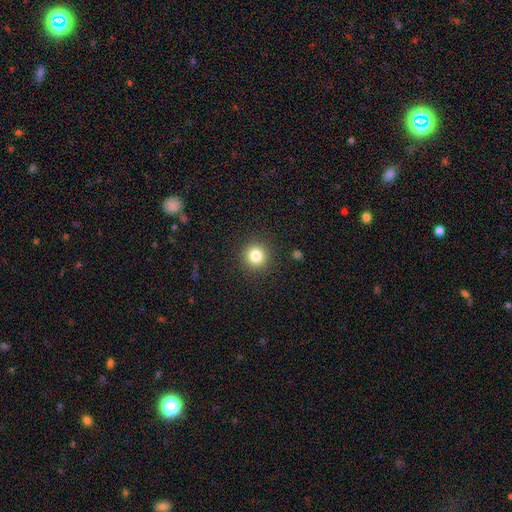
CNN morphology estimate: A smooth galaxy with no disk features (81%) that is round (93%). Merging: none (91%).